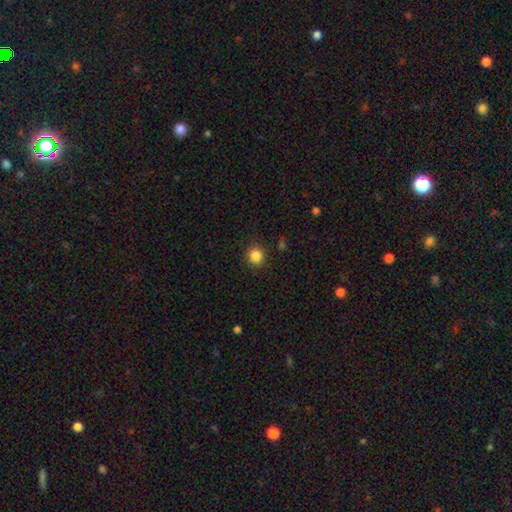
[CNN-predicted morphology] Overall: smooth (85%). How rounded: round (88%). Merging: none (91%).